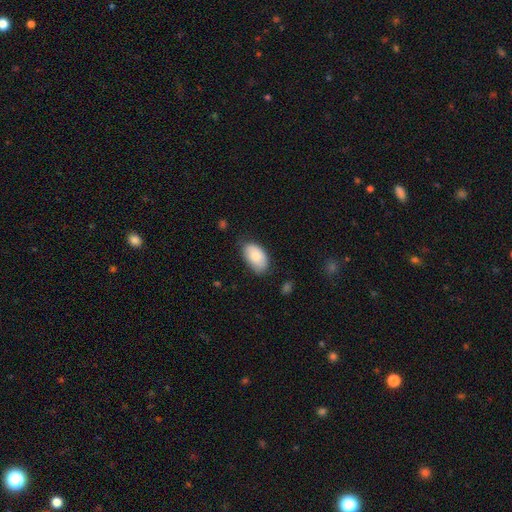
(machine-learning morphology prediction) This appears to be a smooth galaxy with no disk features (80%) that is in between round and cigar-shaped (94%). Merging: none (70%).